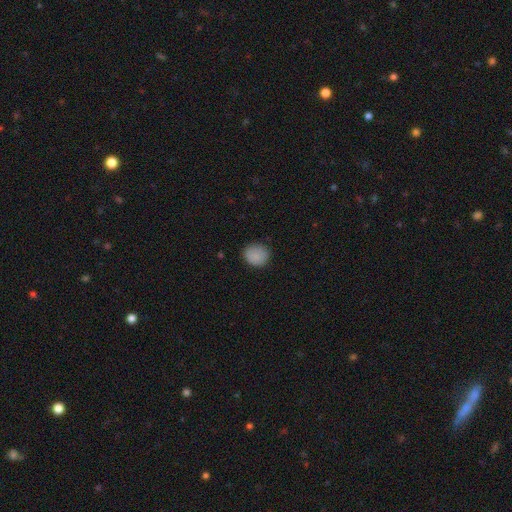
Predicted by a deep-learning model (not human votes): smooth-or-featured: smooth: 86% | star or artifact: 9% | featured or disk: 5%
  how-rounded: round: 78% | in between: 21% | cigar-shaped: 1%
  merging: none: 83% | minor disturbance: 13% | major disturbance: 3% | merger: 1%